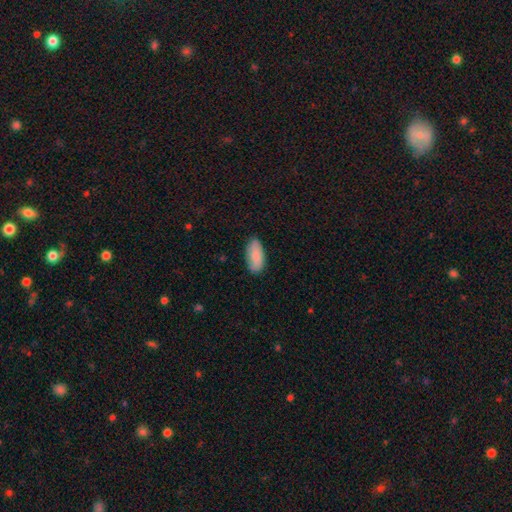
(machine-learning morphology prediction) Overall: smooth (87%). How rounded: in between (91%). Merging: none (83%).